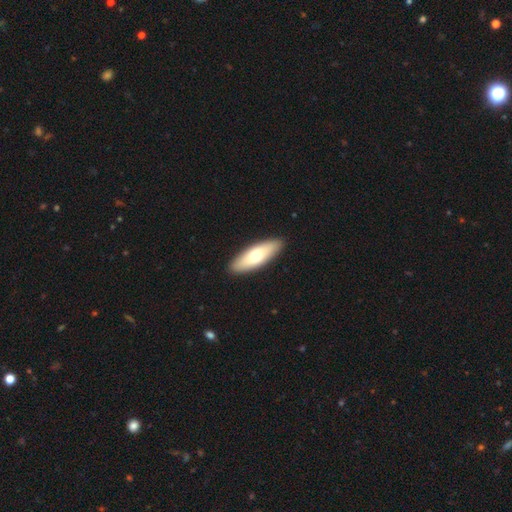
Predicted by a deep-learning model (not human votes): Smooth or featured? Predicted: smooth (p=0.67). How rounded? Predicted: in between (p=0.60). Merging? Predicted: none (p=0.91).